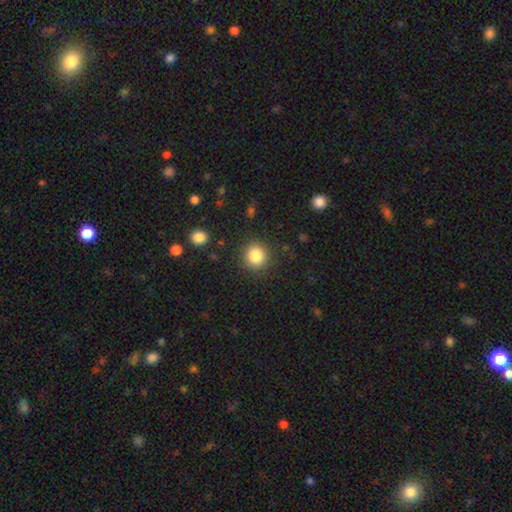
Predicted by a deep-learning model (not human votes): smooth 84%, star or artifact 10%, featured or disk 5%. Down the decision tree: how rounded — round (91%); merging — none (88%).